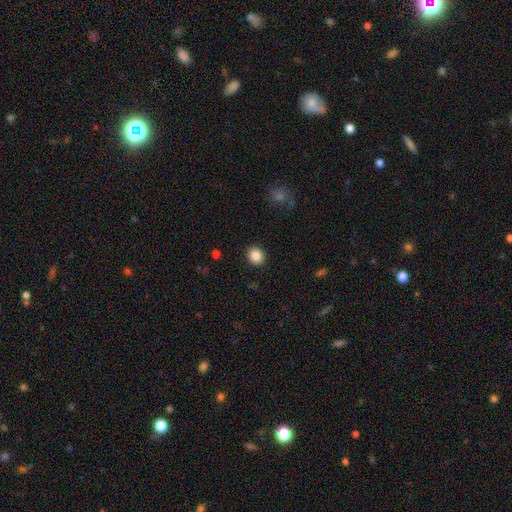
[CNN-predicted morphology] smooth_or_featured: smooth (p=0.87) [alt: star or artifact p=0.09]
how_rounded: round (p=0.72) [alt: in between p=0.27]
merging: none (p=0.90) [alt: minor disturbance p=0.06]